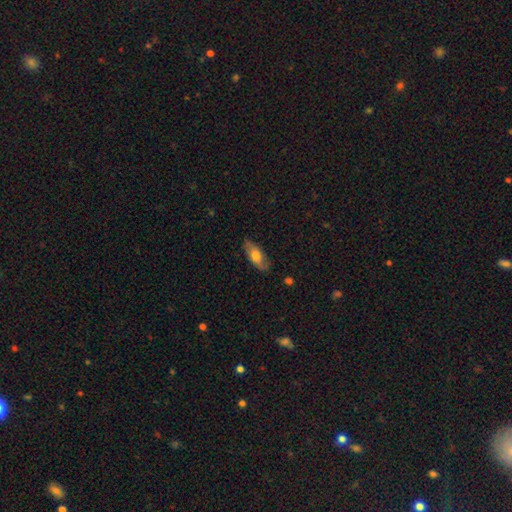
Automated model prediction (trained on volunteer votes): This is likely a smooth galaxy (61%). How rounded: likely in between (77%). Merging: clearly none (80%).